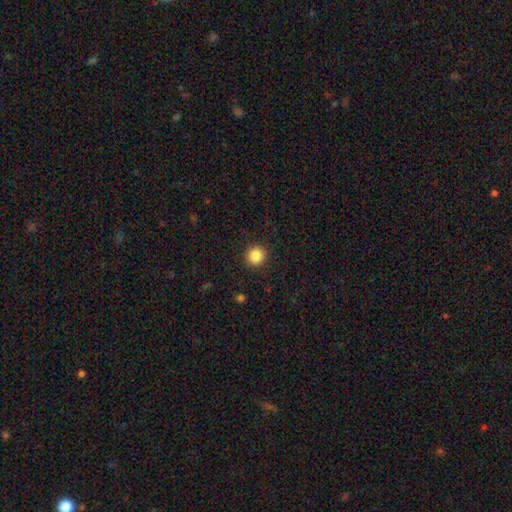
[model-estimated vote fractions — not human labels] smooth-or-featured: smooth: 86% | star or artifact: 10% | featured or disk: 4%
  how-rounded: round: 93% | in between: 6% | cigar-shaped: 1%
  merging: none: 91% | minor disturbance: 6% | major disturbance: 2% | merger: 1%